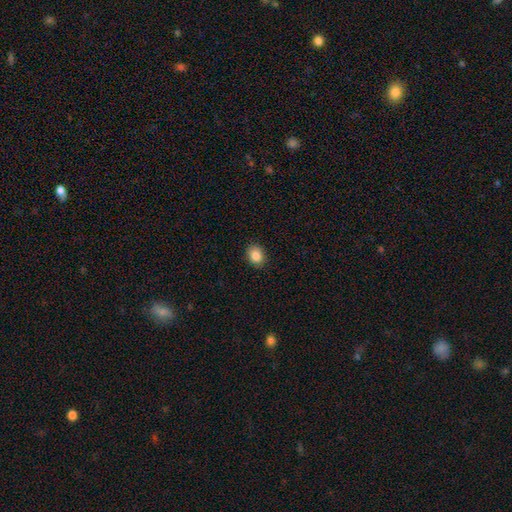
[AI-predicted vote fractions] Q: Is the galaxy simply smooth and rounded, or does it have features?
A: smooth — 86%.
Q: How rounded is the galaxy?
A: in between — 57%.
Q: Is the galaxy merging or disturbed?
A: none — 89%.